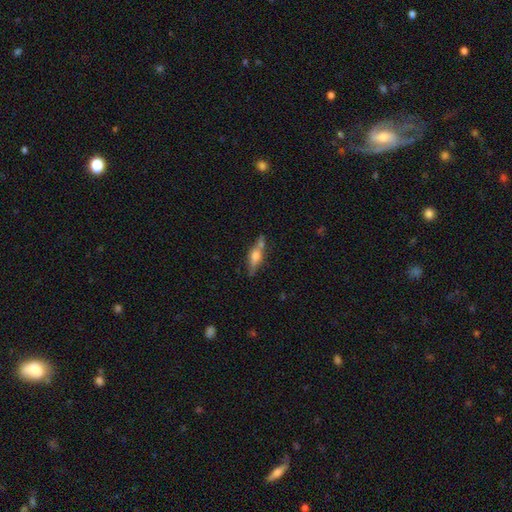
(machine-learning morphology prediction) type=featured or disk (52%); edge-on=yes (89%); merging=none (66%).